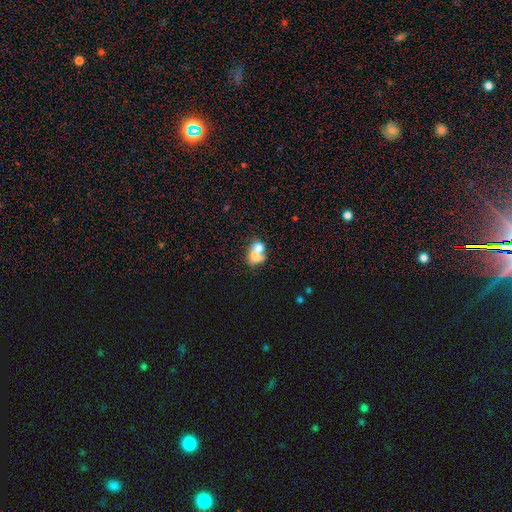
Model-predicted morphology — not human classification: This is likely a smooth galaxy (63%). How rounded: possibly in between (51%). Merging: likely merger (64%).